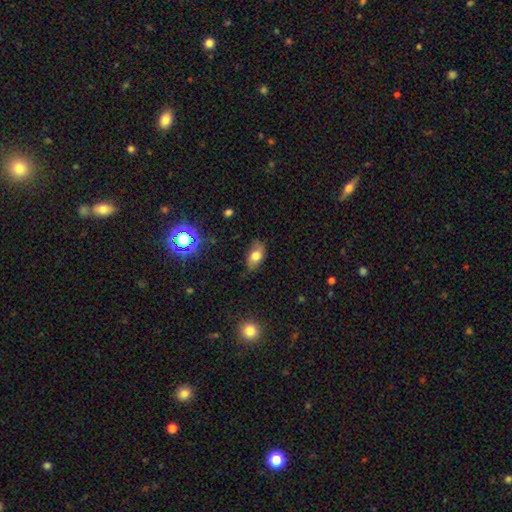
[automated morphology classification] Q: Smooth or featured?
A: smooth (70%); runner-up: featured or disk (19%)
Q: How rounded?
A: in between (87%); runner-up: round (9%)
Q: Merging?
A: none (74%); runner-up: minor disturbance (20%)